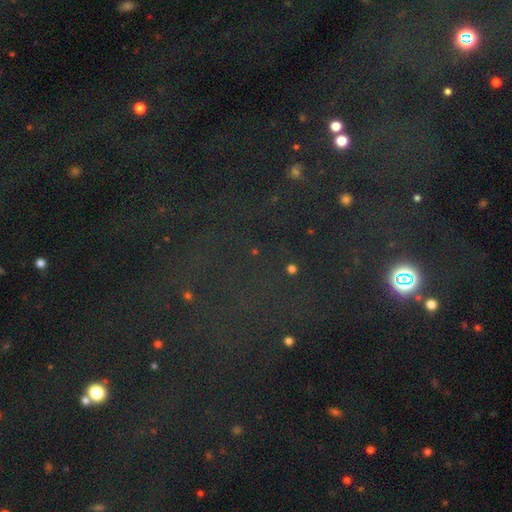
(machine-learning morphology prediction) smooth_or_featured: star or artifact (p=0.73) [alt: smooth p=0.18]